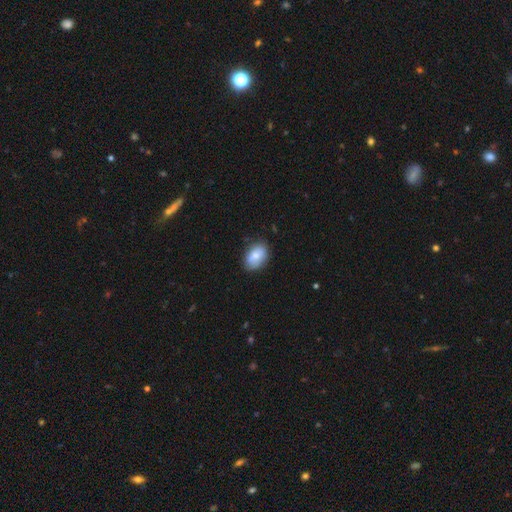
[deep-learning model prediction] Smooth or featured?
  - smooth: 76% *
  - featured or disk: 16%
  - star or artifact: 7%
How rounded?
  - in between: 85% *
  - round: 13%
  - cigar-shaped: 1%
Merging?
  - none: 74% *
  - minor disturbance: 20%
  - major disturbance: 4%
  - merger: 2%